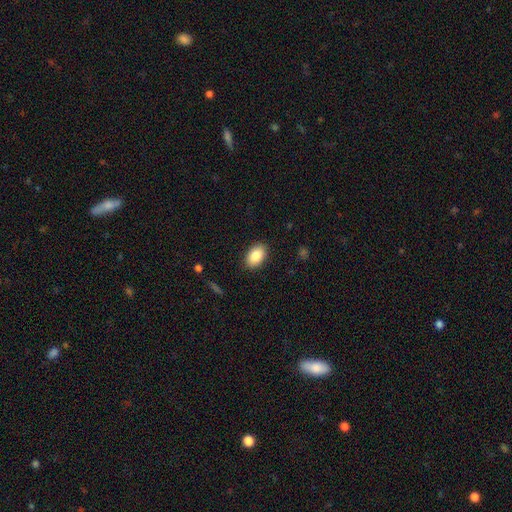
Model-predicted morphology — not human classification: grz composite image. It shows a smooth galaxy with no disk features (87%) that is in between round and cigar-shaped (88%). Merging: none (88%).